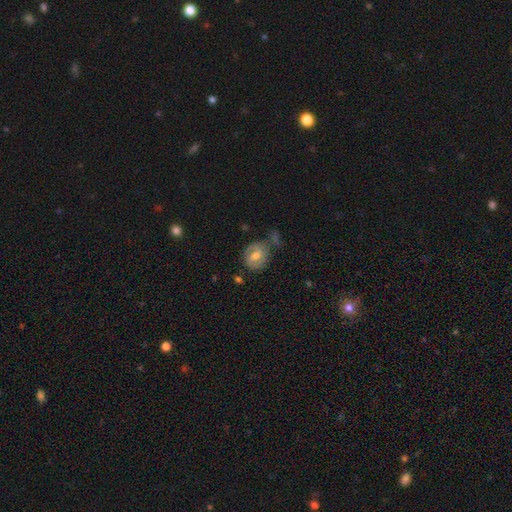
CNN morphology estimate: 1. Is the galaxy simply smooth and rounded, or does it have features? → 49% featured or disk, 42% smooth, 9% star or artifact.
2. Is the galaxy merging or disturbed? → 60% none, 22% minor disturbance, 9% major disturbance, 9% merger.